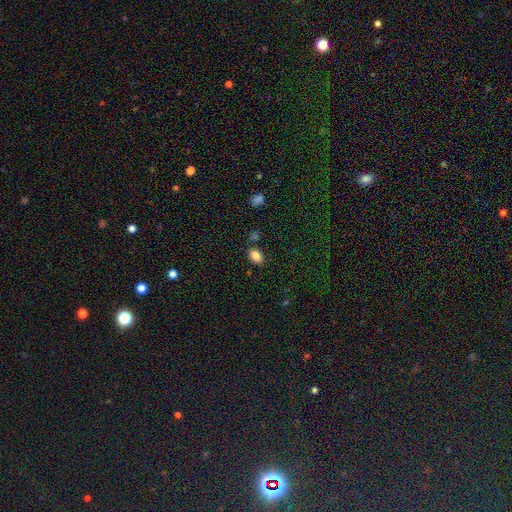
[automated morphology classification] Smooth or featured? smooth (86%)
How rounded? in between (86%)
Merging? none (80%)